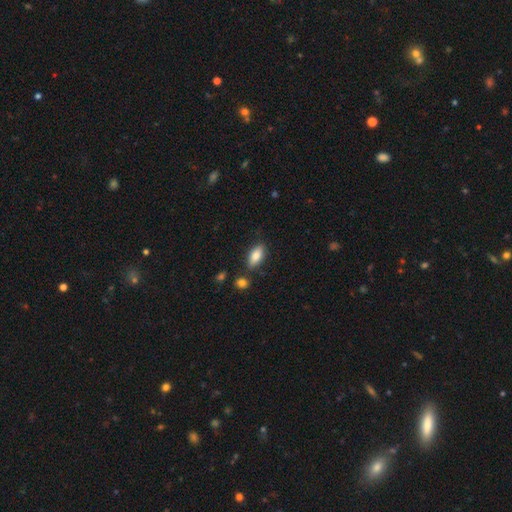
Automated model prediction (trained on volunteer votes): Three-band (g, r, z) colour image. It shows a smooth galaxy with no disk features (83%) that is in between round and cigar-shaped (86%). Merging: none (80%).